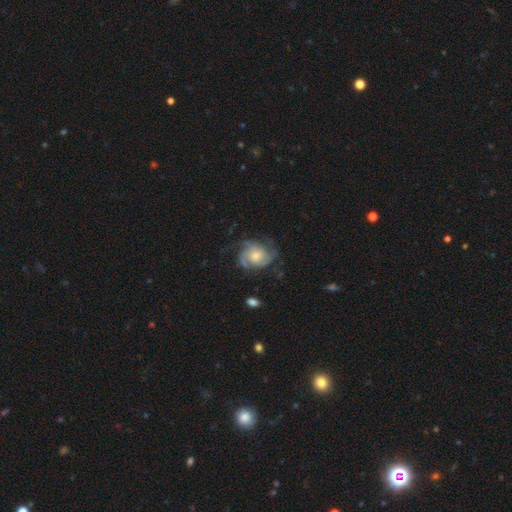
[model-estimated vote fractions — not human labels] This is likely a featured or disk galaxy (78%). It is clearly not viewed edge-on (98%). Bar: likely no (75%). Spiral arm pattern: clearly yes (94%). Spiral arm count: marginally 3 (38%). Spiral winding: marginally tight (44%). Central bulge: possibly moderate (52%). Merging: possibly none (60%).